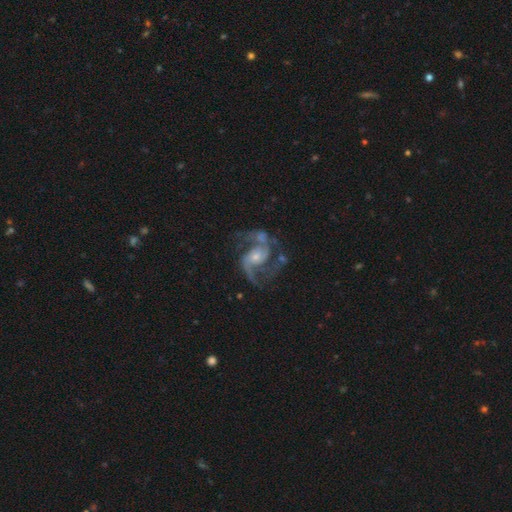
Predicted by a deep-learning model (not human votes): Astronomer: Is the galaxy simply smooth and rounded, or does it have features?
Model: featured or disk — 89%.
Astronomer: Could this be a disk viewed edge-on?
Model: no — 98%.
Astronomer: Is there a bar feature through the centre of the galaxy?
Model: no — 50% (runner-up: weak, 38%).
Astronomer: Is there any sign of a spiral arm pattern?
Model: yes — 97%.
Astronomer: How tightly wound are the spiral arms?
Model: medium — 58%.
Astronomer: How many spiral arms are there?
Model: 2 — 84%.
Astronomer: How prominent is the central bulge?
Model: small — 51% (runner-up: moderate, 39%).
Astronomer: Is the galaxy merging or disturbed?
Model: none — 64%.